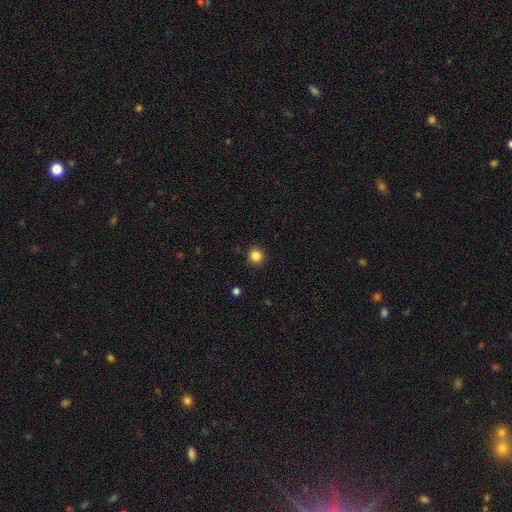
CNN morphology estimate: The model was most divided on "smooth or featured": smooth: 85%, star or artifact: 11%, featured or disk: 4%. More confident: how rounded — round (94%); merging — none (91%).